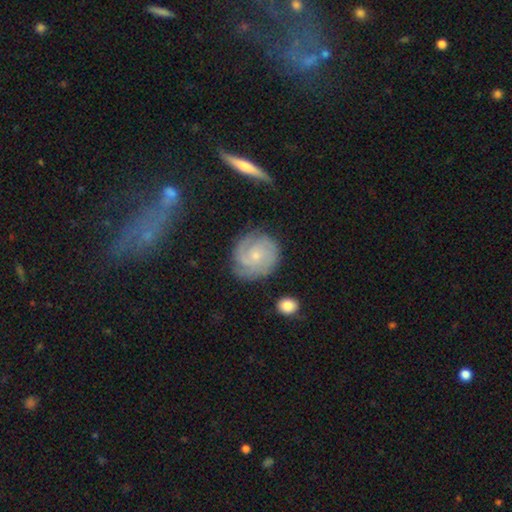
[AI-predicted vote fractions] Smooth or featured? featured or disk (78%)
Edge-on disk? no (97%)
Bar? no (73%)
Spiral arms? yes (95%)
Spiral winding? tight (66%)
Spiral arm count? 2 (34%)
Bulge size? small (75%)
Merging? none (76%)